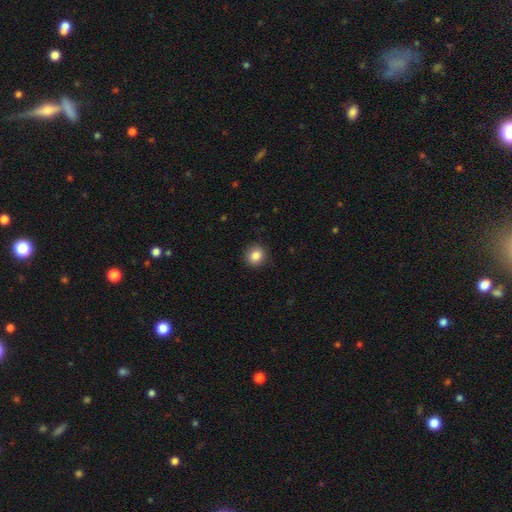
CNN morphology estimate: Smooth or featured? smooth (86%)
How rounded? round (84%)
Merging? none (90%)